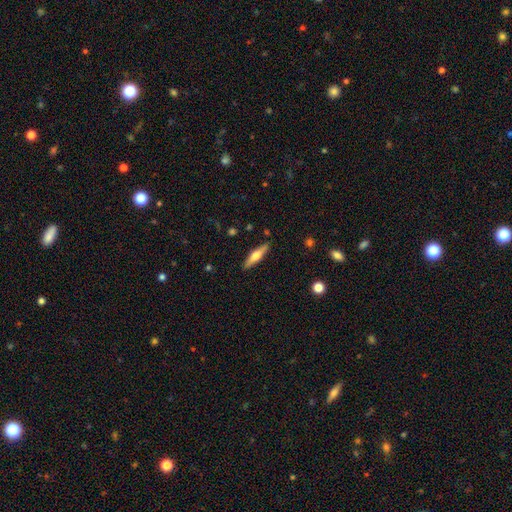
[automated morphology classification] Q: Smooth or featured?
A: featured or disk (53%); runner-up: smooth (42%)
Q: Edge-on disk?
A: yes (95%); runner-up: no (5%)
Q: Merging?
A: none (89%); runner-up: minor disturbance (8%)